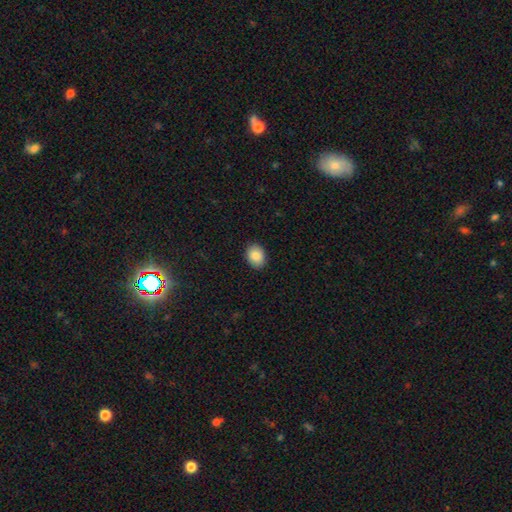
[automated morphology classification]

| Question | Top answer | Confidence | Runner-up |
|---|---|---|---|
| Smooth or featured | smooth | 88% | star or artifact (8%) |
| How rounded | in between | 65% | round (34%) |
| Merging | none | 90% | minor disturbance (8%) |